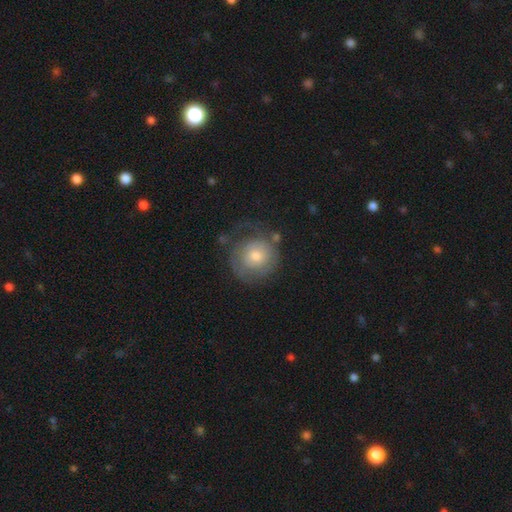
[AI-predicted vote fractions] Smooth or featured? featured or disk (47%)
Merging? none (57%)